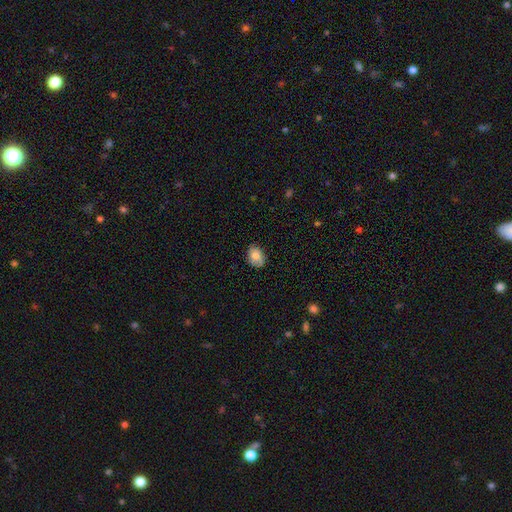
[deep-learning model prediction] The model was most divided on "merging": none: 75%, minor disturbance: 21%, major disturbance: 3%, merger: 1%. More confident: smooth or featured — smooth (79%); how rounded — in between (77%).